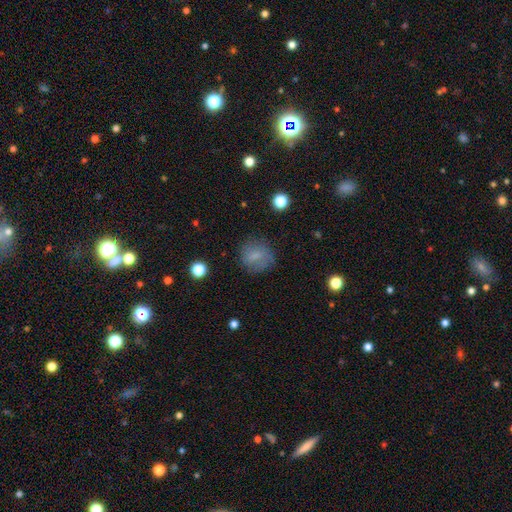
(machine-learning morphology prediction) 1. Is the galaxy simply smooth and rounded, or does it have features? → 71% smooth, 17% featured or disk, 11% star or artifact.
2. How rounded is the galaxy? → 78% round, 20% in between, 1% cigar-shaped.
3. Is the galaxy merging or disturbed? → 76% none, 15% minor disturbance, 7% major disturbance, 2% merger.